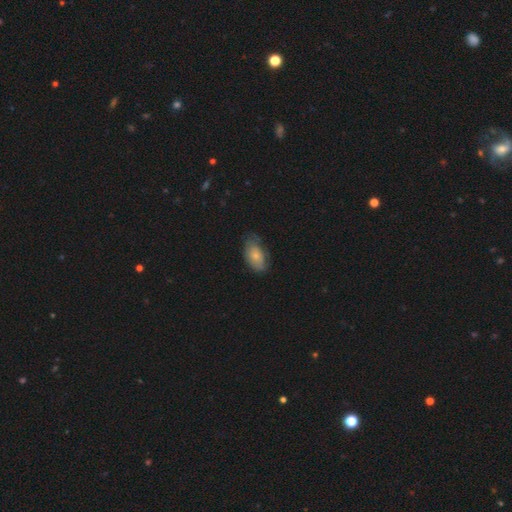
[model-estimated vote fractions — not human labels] Overall: smooth (69%). How rounded: in between (92%). Merging: none (60%; minor disturbance 30%).